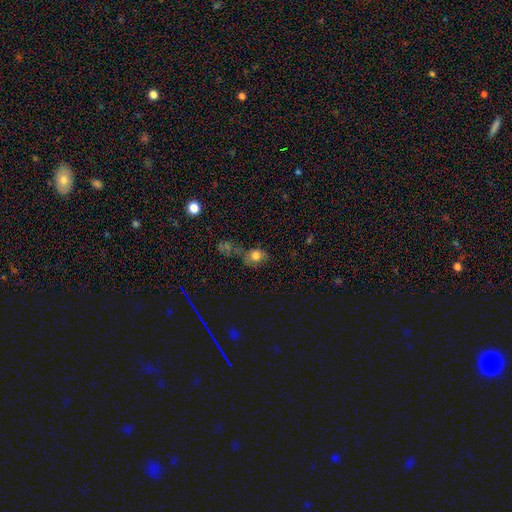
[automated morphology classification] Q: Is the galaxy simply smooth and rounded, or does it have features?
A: smooth — 69%.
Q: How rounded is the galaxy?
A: round — 53%.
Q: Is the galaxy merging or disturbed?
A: none — 39%.